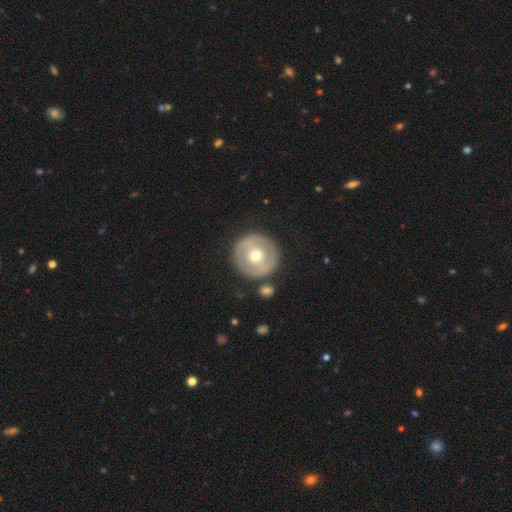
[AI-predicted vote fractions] Smooth or featured? Predicted: featured or disk (p=0.52). Edge-on disk? Predicted: no (p=0.95). Merging? Predicted: none (p=0.85).